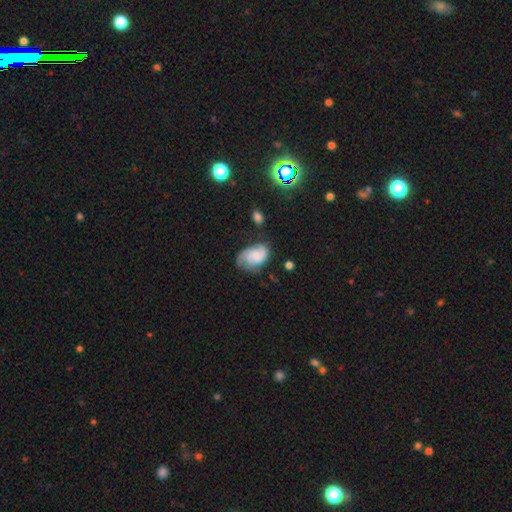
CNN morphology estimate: The model was most divided on "bulge size": none: 36%, small: 30%, moderate: 19%, large: 10%, dominant: 3%. Remaining: edge-on disk — no (97%); spiral arms — yes (88%); bar — no (68%); smooth or featured — featured or disk (52%); merging — none (48%).